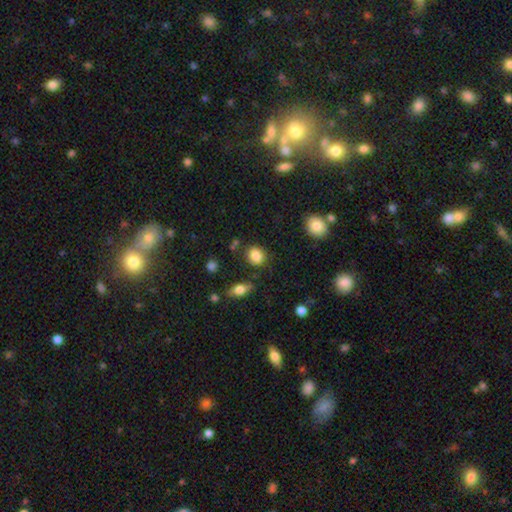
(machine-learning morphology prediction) A smooth galaxy with no disk features (85%) that is round (61%).

Vote fractions:
- Smooth or featured? smooth: 85% / star or artifact: 9% / featured or disk: 6%
- How rounded? round: 61% / in between: 37% / cigar-shaped: 1%
- Merging? none: 81% / minor disturbance: 11% / merger: 4% / major disturbance: 3%